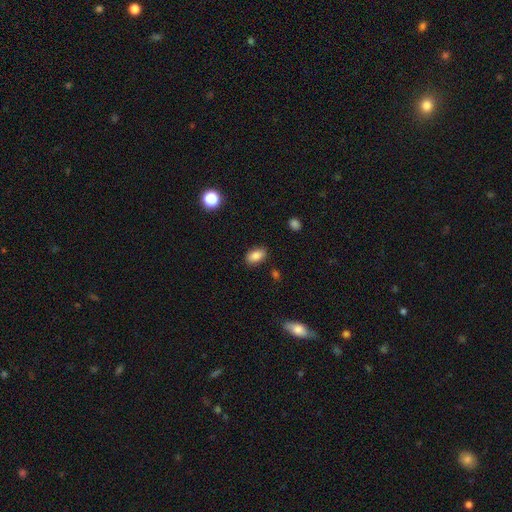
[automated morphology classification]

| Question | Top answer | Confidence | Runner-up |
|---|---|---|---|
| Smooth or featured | smooth | 85% | star or artifact (9%) |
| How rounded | in between | 90% | round (7%) |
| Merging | none | 85% | minor disturbance (11%) |